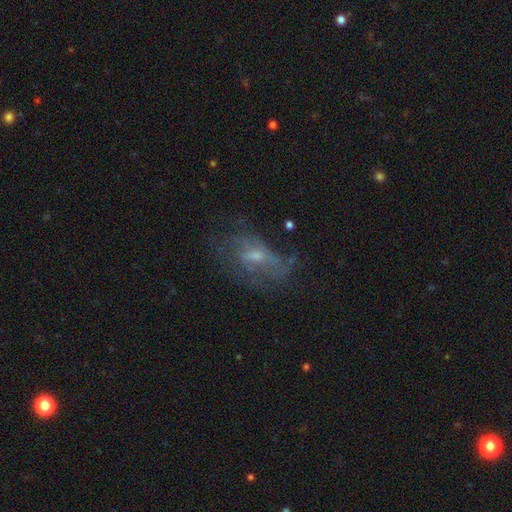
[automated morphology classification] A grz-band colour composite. It shows a featured or disk galaxy (58%) with no bar (51%), spiral arms (58%) and a small central bulge (48%). Merging: none (51%).